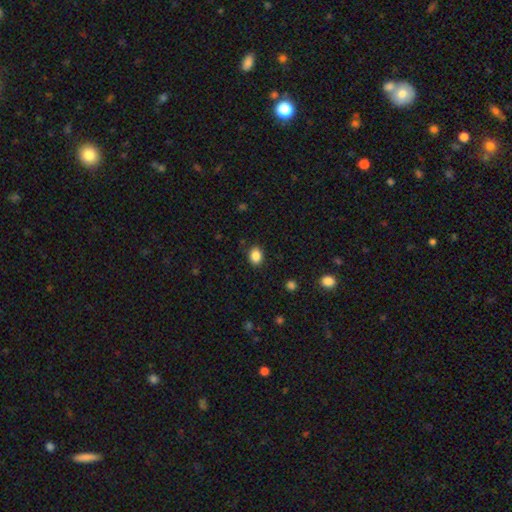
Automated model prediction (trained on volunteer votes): Overall: smooth (87%). How rounded: in between (62%; round 37%). Merging: none (88%).